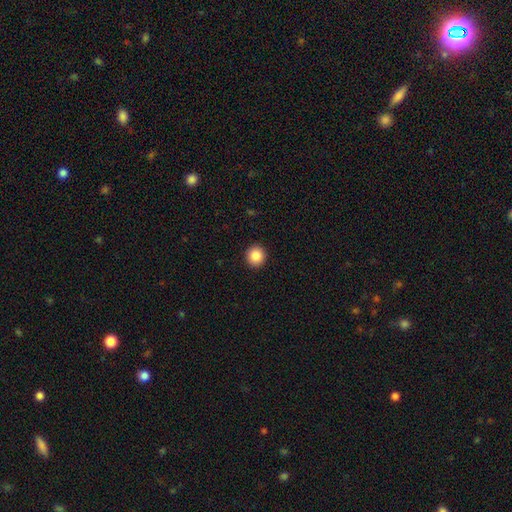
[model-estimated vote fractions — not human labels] smooth_or_featured: smooth (p=0.86) [alt: star or artifact p=0.09]
how_rounded: round (p=0.94) [alt: in between p=0.05]
merging: none (p=0.93) [alt: minor disturbance p=0.04]